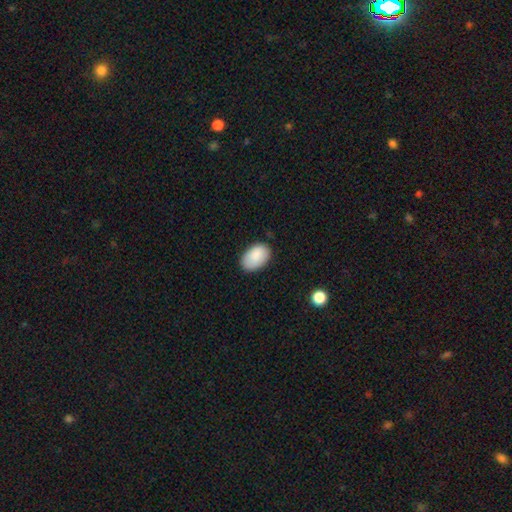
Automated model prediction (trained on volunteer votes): A smooth galaxy with no disk features (88%) that is in between round and cigar-shaped (92%). Merging: none (81%).